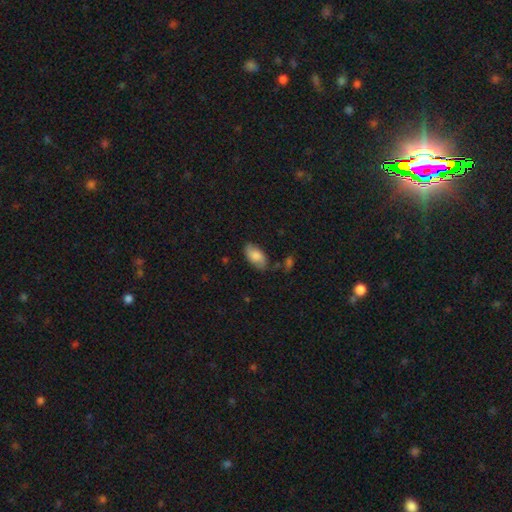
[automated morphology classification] Smooth or featured?
  - smooth: 77% *
  - featured or disk: 16%
  - star or artifact: 7%
How rounded?
  - in between: 94% *
  - round: 3%
  - cigar-shaped: 3%
Merging?
  - none: 71% *
  - minor disturbance: 21%
  - major disturbance: 5%
  - merger: 3%